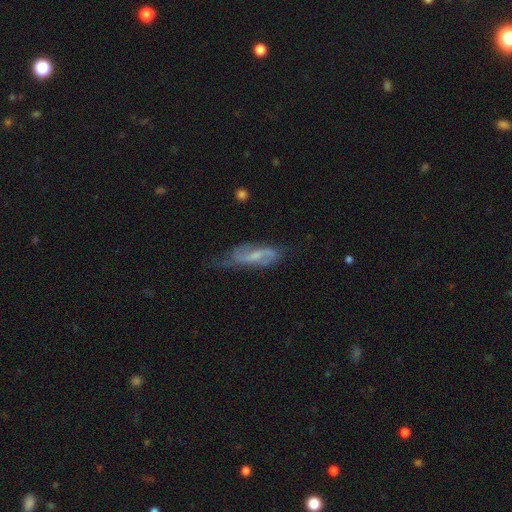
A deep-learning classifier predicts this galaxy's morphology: type=featured or disk (69%); edge-on=no (84%); bar=weak (49%); spiral arms=yes (89%); winding=loose (46%); arm count=2 (82%); bulge=small (48%); merging=none (56%).